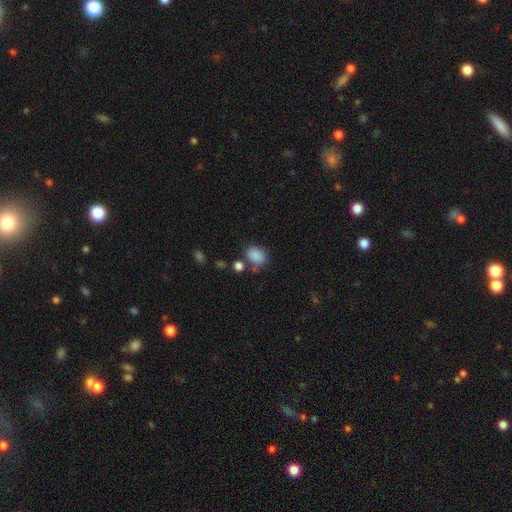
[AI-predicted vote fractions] Smooth or featured? smooth (86%)
How rounded? in between (67%)
Merging? none (65%)